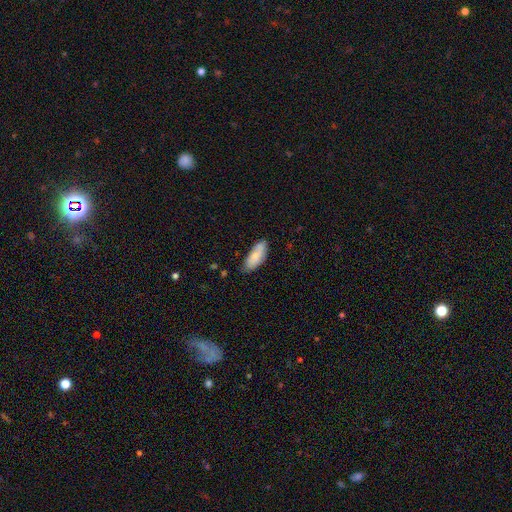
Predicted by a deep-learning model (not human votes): This is likely a smooth galaxy (79%). How rounded: likely in between (79%). Merging: likely none (70%).